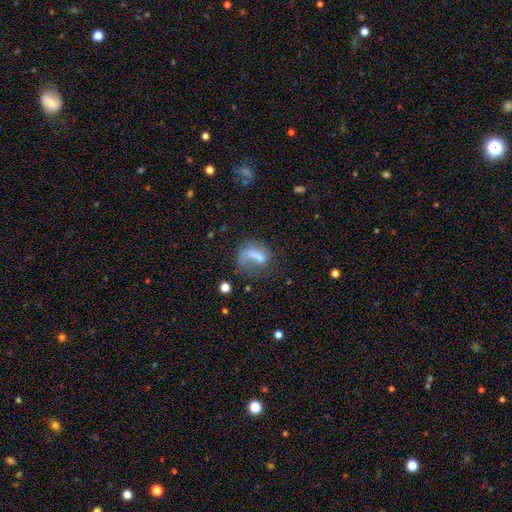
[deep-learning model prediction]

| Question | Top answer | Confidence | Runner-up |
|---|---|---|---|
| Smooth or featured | smooth | 55% | featured or disk (34%) |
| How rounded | in between | 61% | round (30%) |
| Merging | major disturbance | 41% | none (31%) |